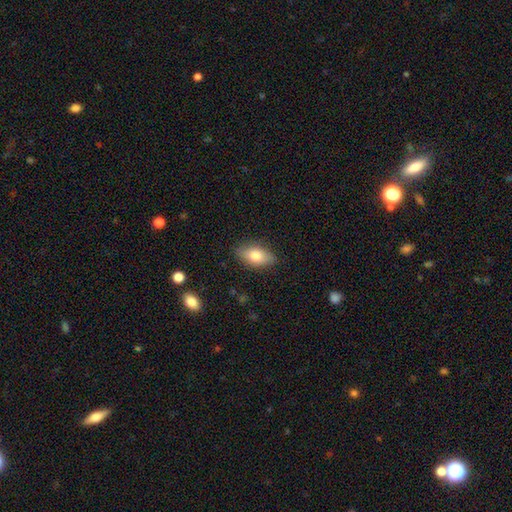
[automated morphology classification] smooth_or_featured: smooth (p=0.78) [alt: featured or disk p=0.15]
how_rounded: in between (p=0.90) [alt: cigar-shaped p=0.05]
merging: none (p=0.84) [alt: minor disturbance p=0.12]